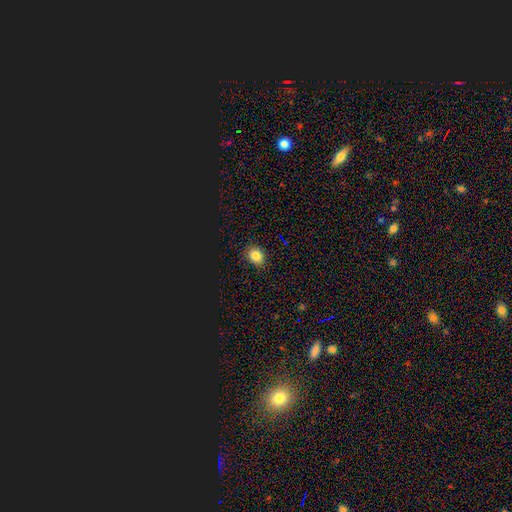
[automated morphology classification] The model was most divided on "how rounded": round: 60%, in between: 39%, cigar-shaped: 1%. More confident: merging — none (88%); smooth or featured — smooth (82%).